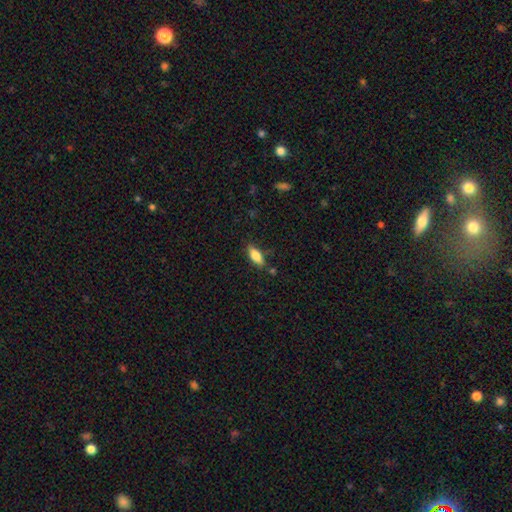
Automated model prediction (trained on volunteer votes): A smooth galaxy with no disk features (80%) that is in between round and cigar-shaped (77%). Merging: none (77%).